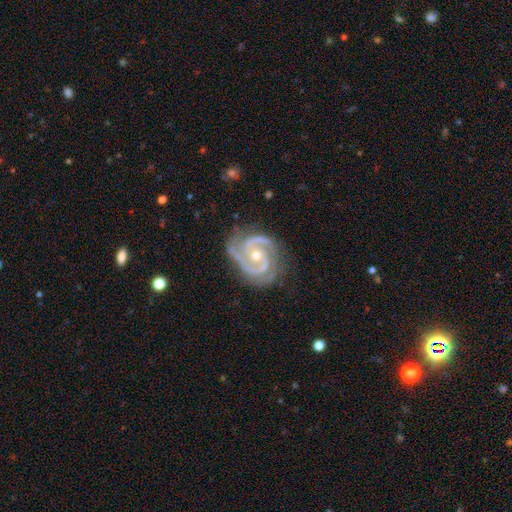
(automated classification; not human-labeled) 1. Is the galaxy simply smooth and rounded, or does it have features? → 93% featured or disk, 4% star or artifact, 3% smooth.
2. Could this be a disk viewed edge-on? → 98% no, 2% yes.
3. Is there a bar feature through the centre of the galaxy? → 68% no, 23% weak, 9% strong.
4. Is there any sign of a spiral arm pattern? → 99% yes, 1% no.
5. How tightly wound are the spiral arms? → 58% tight, 38% medium, 4% loose.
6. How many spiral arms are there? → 70% 2, 21% 3, 3% can't tell, 2% 4, 2% 1, 2% more than 4.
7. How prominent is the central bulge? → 49% moderate, 48% small, 1% large, 1% none, 1% dominant.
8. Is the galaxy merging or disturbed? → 74% none, 19% minor disturbance, 6% major disturbance, 1% merger.